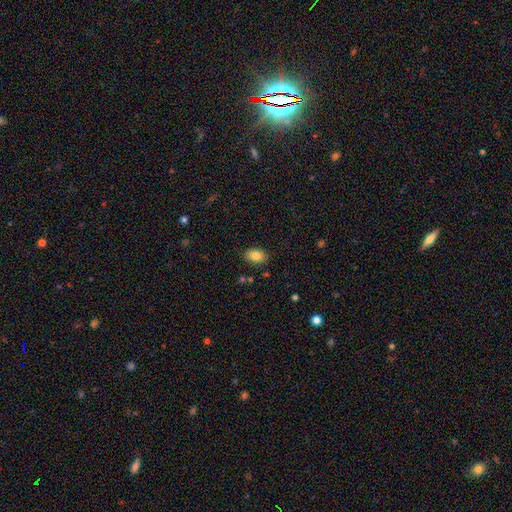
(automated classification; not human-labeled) Smooth or featured? Predicted: smooth (p=0.85). How rounded? Predicted: in between (p=0.85). Merging? Predicted: none (p=0.85).